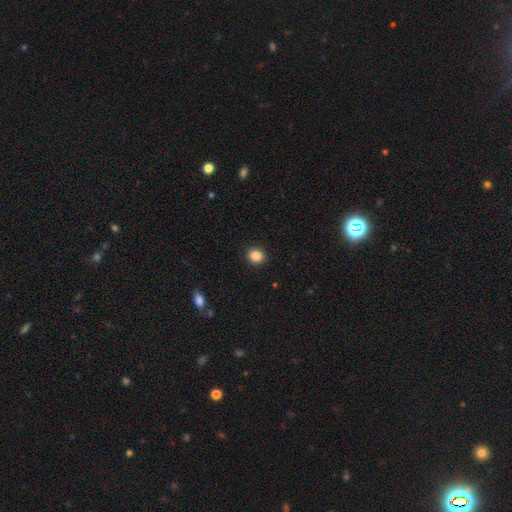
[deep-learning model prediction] Morphology: type=smooth (87%); roundness=round (75%); merging=none (91%).